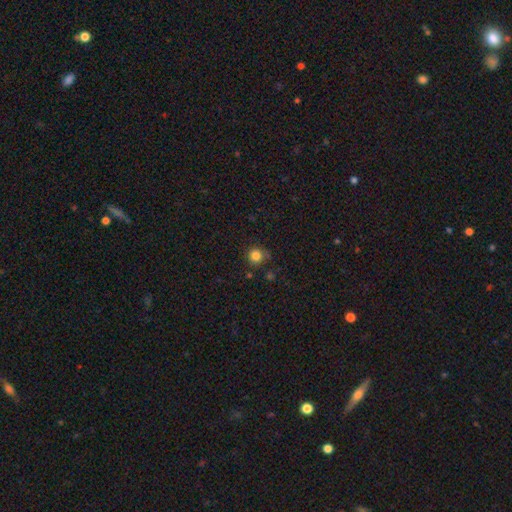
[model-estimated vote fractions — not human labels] Overall: smooth (83%). How rounded: round (93%). Merging: none (78%).